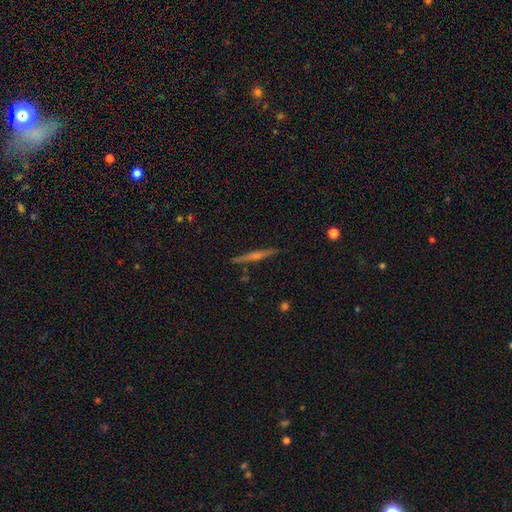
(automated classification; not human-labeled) This is likely a featured or disk galaxy (74%). It is clearly viewed edge-on (98%). Edge-on bulge: likely rounded (71%). Merging: clearly none (91%).